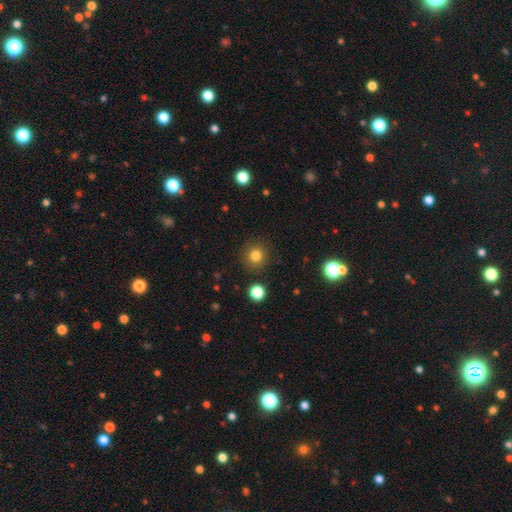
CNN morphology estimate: A smooth galaxy with no disk features (81%) that is round (93%). Merging: none (89%).